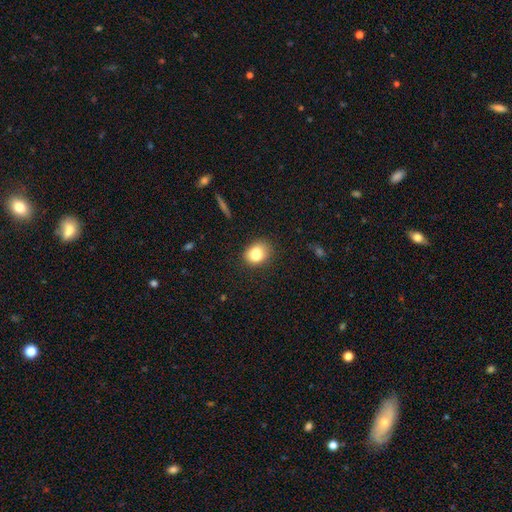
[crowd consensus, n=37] A smooth galaxy with no disk features (86%) that is in between round and cigar-shaped (53%). Merging: none (85%).